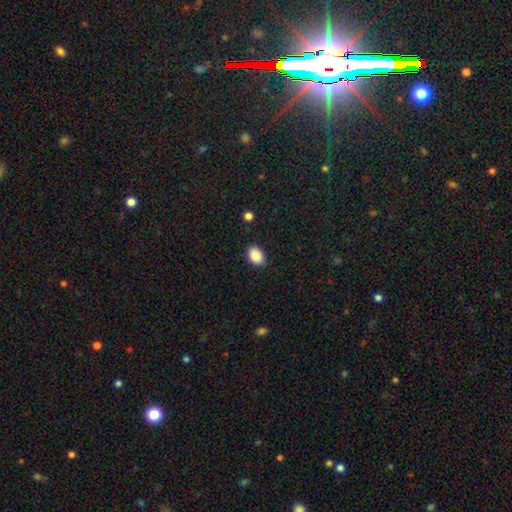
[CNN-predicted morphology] smooth-or-featured: smooth: 88% | star or artifact: 8% | featured or disk: 5%
  how-rounded: in between: 82% | round: 17% | cigar-shaped: 1%
  merging: none: 86% | minor disturbance: 10% | major disturbance: 2% | merger: 1%